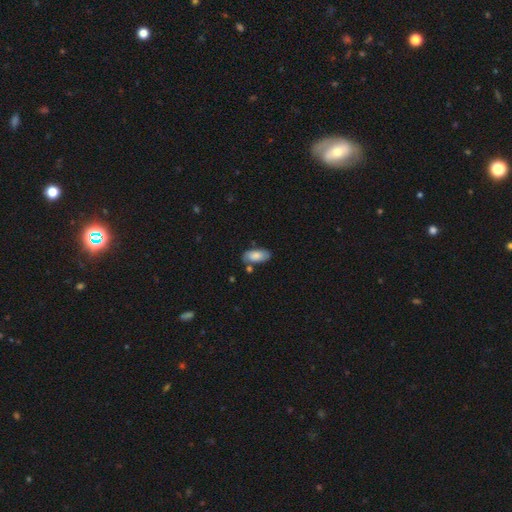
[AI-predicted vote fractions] A smooth galaxy with no disk features (80%) that is in between round and cigar-shaped (91%).

Vote fractions:
- Smooth or featured? smooth: 80% / featured or disk: 13% / star or artifact: 6%
- How rounded? in between: 91% / cigar-shaped: 7% / round: 2%
- Merging? none: 69% / minor disturbance: 18% / merger: 8% / major disturbance: 4%